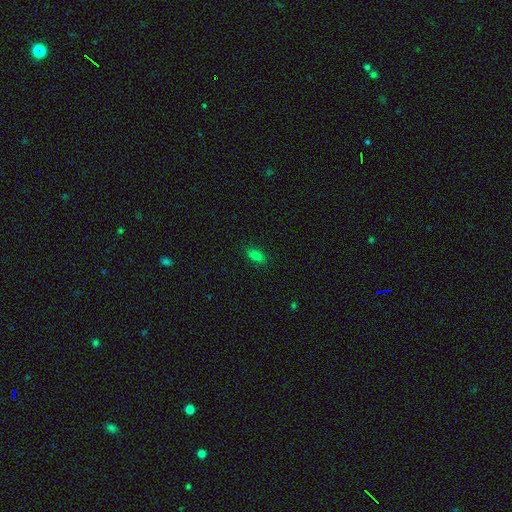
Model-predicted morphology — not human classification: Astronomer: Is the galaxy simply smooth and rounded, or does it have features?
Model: smooth — 80%.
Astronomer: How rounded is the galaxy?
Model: in between — 85%.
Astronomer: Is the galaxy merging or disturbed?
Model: none — 85%.